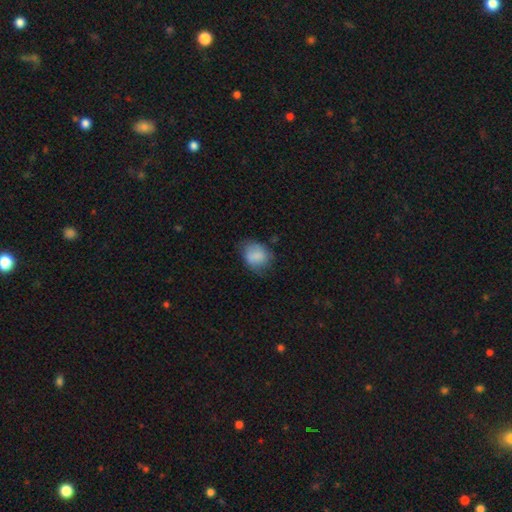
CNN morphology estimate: Smooth or featured? Predicted: smooth (p=0.80). How rounded? Predicted: in between (p=0.52). Merging? Predicted: none (p=0.58).